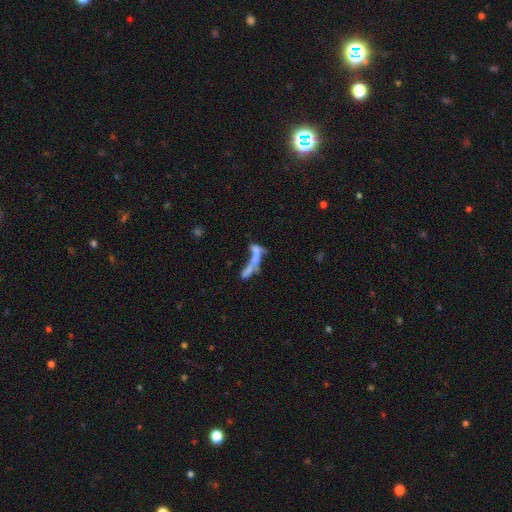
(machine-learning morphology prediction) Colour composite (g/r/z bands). It shows a smooth galaxy with no disk features (44%). Merging: merger (52%).